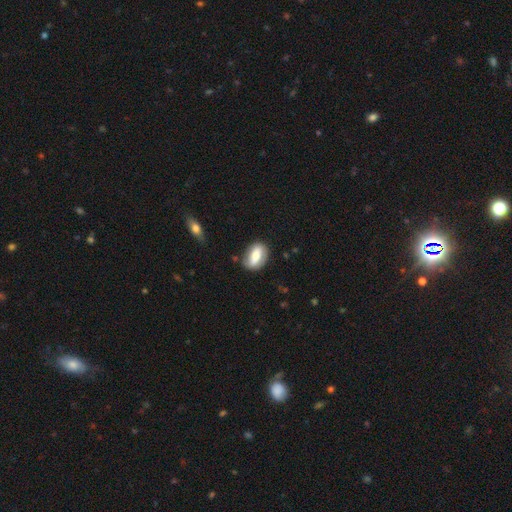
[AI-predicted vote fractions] Smooth or featured?
  - smooth: 57% *
  - featured or disk: 36%
  - star or artifact: 7%
How rounded?
  - in between: 84% *
  - round: 12%
  - cigar-shaped: 4%
Merging?
  - none: 72% *
  - minor disturbance: 20%
  - major disturbance: 5%
  - merger: 3%